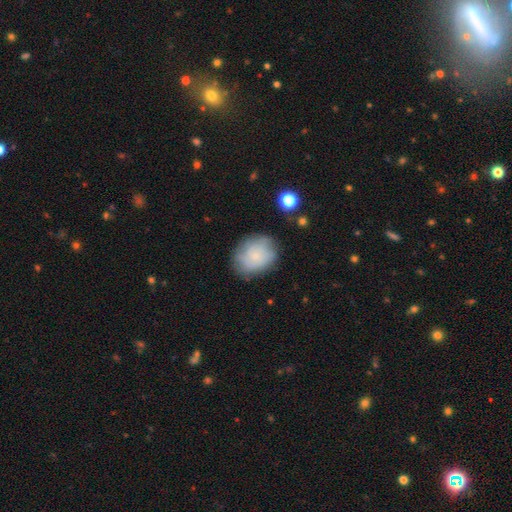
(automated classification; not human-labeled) Morphology: type=smooth (64%); roundness=round (58%); merging=none (72%).